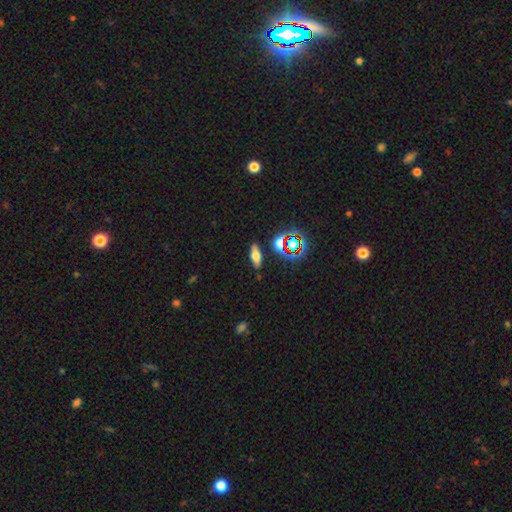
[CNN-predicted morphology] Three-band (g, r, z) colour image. It shows a smooth galaxy with no disk features (48%). Merging: none (84%).